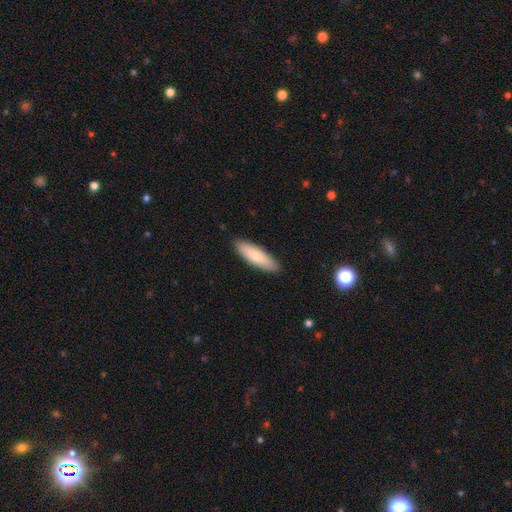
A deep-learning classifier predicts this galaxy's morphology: Overall: smooth (78%). How rounded: cigar-shaped (55%; in between 43%). Merging: none (89%).